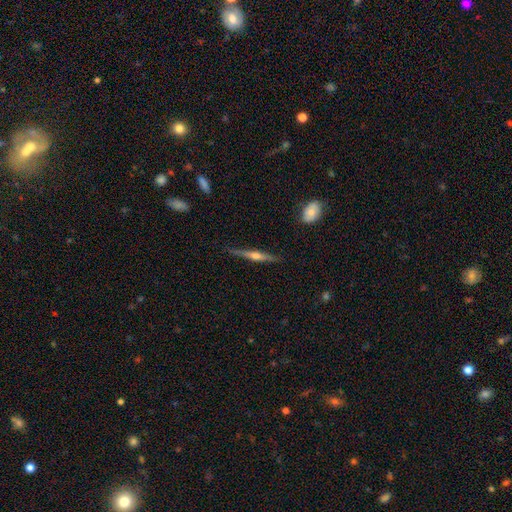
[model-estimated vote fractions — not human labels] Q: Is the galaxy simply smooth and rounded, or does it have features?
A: featured or disk — 70%.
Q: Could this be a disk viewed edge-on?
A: yes — 97%.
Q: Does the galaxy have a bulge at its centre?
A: rounded — 85%.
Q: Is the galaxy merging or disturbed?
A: none — 85%.